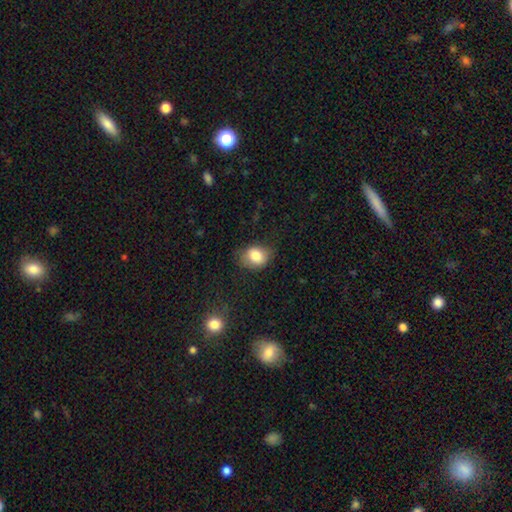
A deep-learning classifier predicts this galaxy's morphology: This appears to be a smooth galaxy with no disk features (81%) that is in between round and cigar-shaped (56%). Merging: none (68%).